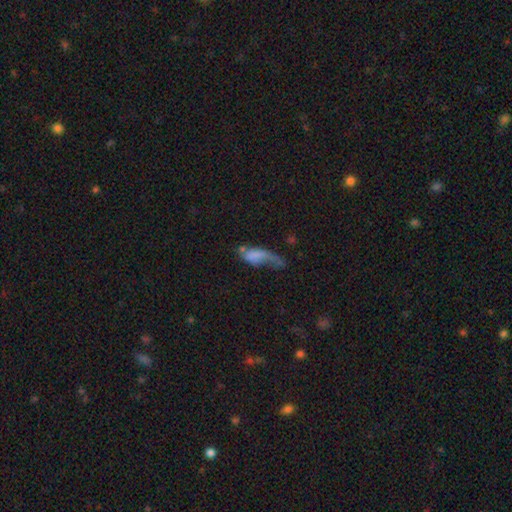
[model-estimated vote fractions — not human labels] A smooth galaxy with no disk features (54%) that is in between round and cigar-shaped (74%). Merging: major disturbance (49%).